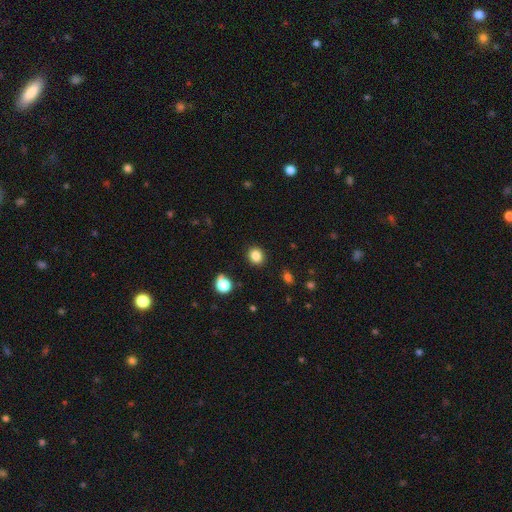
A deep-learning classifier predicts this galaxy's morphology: Overall: smooth (85%). How rounded: round (72%). Merging: none (89%).